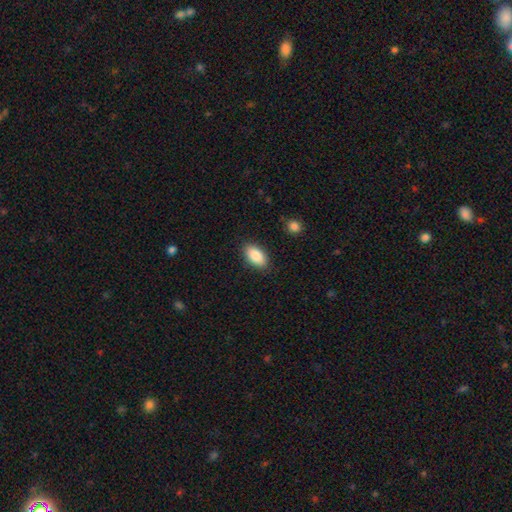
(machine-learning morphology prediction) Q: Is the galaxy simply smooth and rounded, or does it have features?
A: smooth — 87%.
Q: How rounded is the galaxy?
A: in between — 93%.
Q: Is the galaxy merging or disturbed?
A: none — 87%.